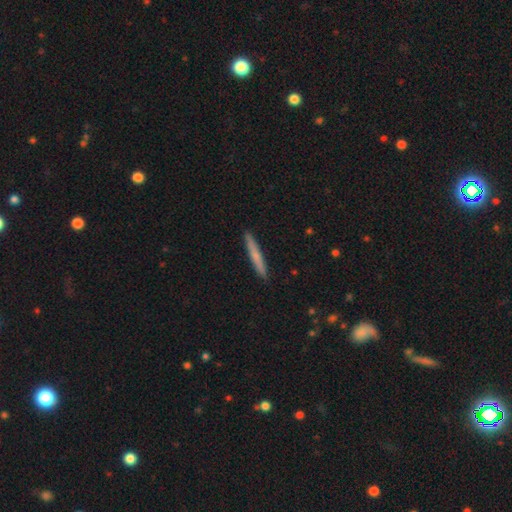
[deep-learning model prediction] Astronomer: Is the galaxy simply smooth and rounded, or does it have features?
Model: smooth — 64%.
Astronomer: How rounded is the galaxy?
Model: cigar-shaped — 96%.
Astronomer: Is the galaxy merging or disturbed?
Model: none — 92%.